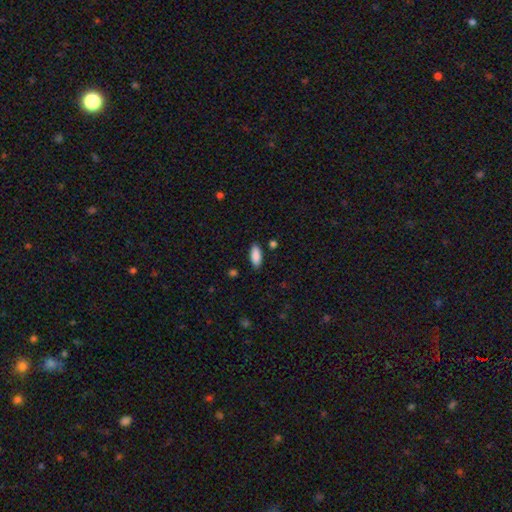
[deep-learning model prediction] smooth_or_featured: smooth (p=0.89) [alt: star or artifact p=0.07]
how_rounded: in between (p=0.81) [alt: cigar-shaped p=0.17]
merging: none (p=0.86) [alt: minor disturbance p=0.10]